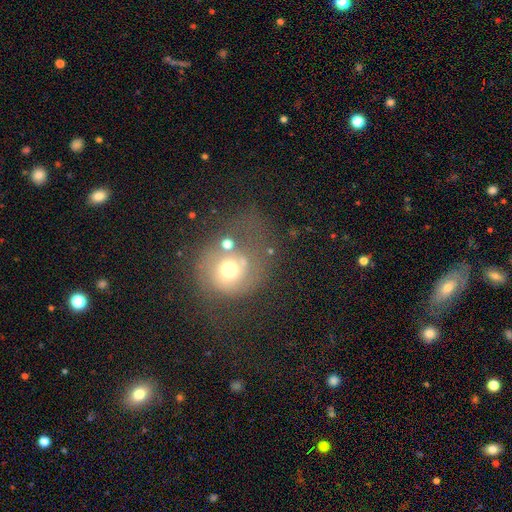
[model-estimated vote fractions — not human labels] Morphology: type=smooth (52%); roundness=round (75%); merging=none (45%).